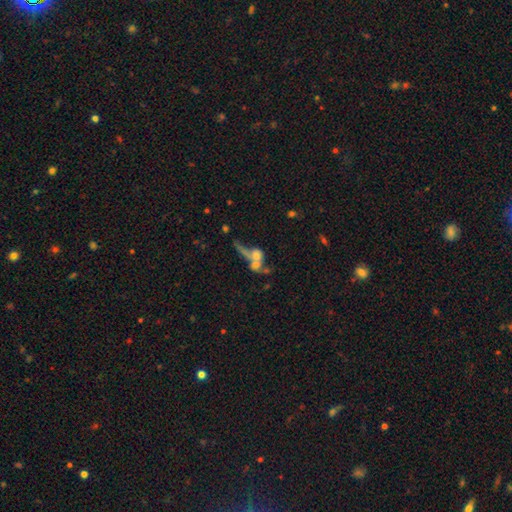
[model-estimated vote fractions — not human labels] The model was most divided on "smooth or featured": smooth: 46%, featured or disk: 41%, star or artifact: 13%. More confident: merging — merger (59%).